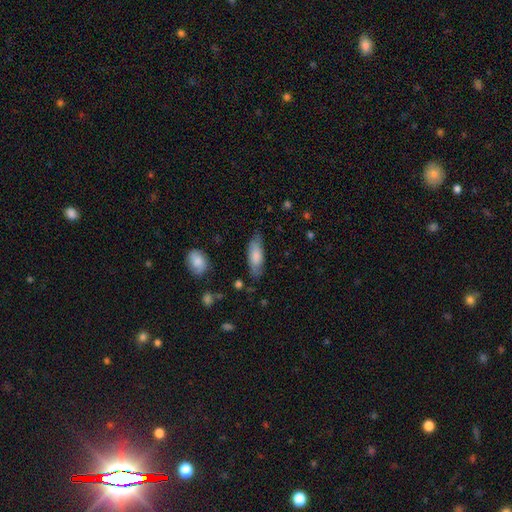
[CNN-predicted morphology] Smooth or featured: smooth — 76% (featured or disk — 18%)
How rounded: in between — 68% (cigar-shaped — 30%)
Merging: none — 74% (minor disturbance — 20%)